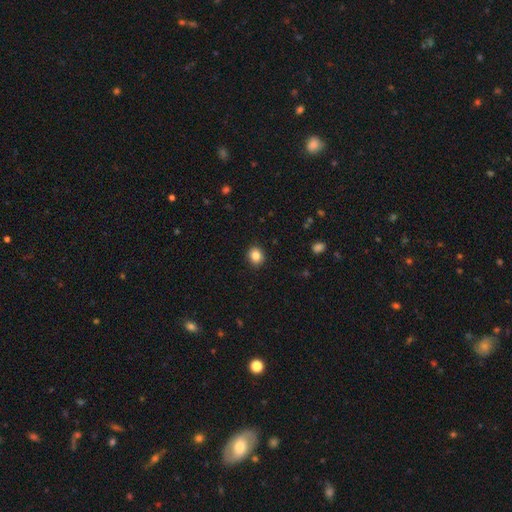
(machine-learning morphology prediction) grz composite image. It shows a smooth galaxy with no disk features (84%) that is round (78%). Merging: none (91%).